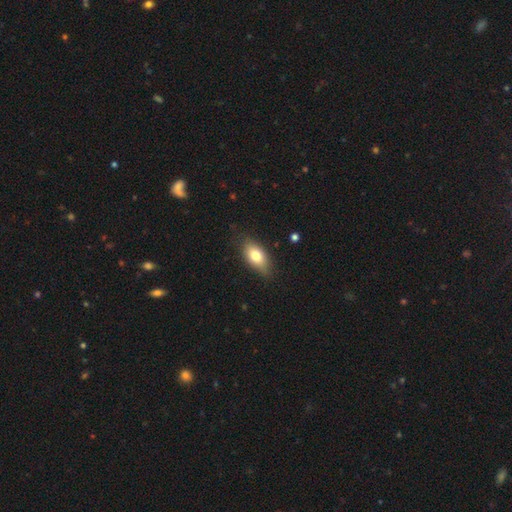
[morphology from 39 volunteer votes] This appears to be a smooth galaxy with no disk features (77%) that is in between round and cigar-shaped (83%). Merging: none (89%).